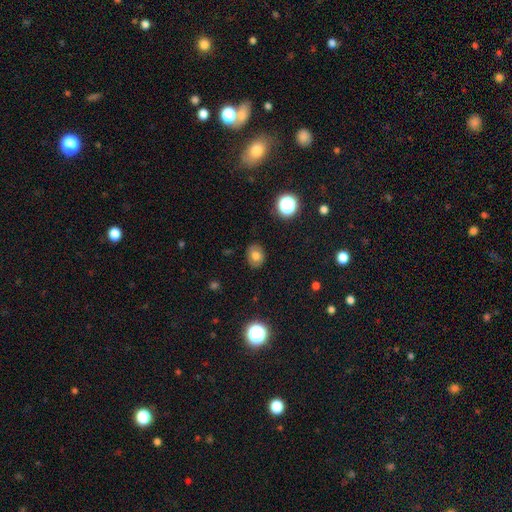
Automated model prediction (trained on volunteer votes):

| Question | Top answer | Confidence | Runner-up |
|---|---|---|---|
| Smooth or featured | smooth | 72% | featured or disk (15%) |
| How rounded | in between | 53% | round (46%) |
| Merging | none | 86% | minor disturbance (10%) |